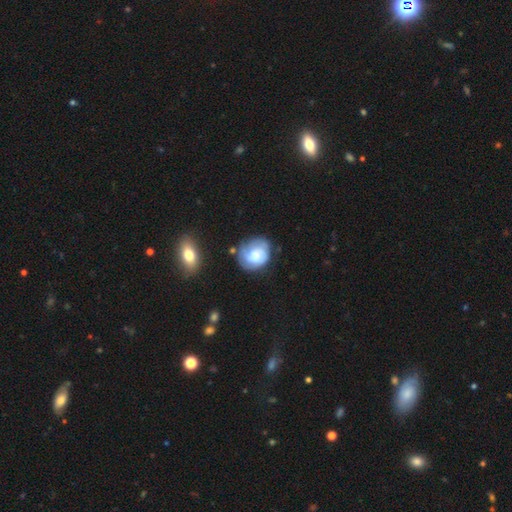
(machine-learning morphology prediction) Q: Smooth or featured?
A: smooth (50%); runner-up: featured or disk (42%)
Q: Merging?
A: none (57%); runner-up: minor disturbance (27%)